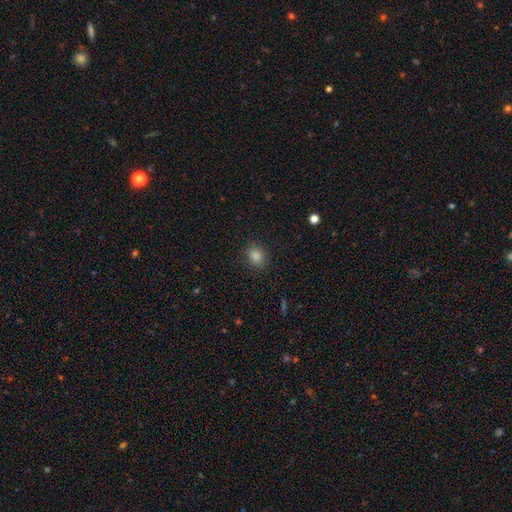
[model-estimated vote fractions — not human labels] Smooth or featured? smooth (82%)
How rounded? round (65%)
Merging? none (90%)